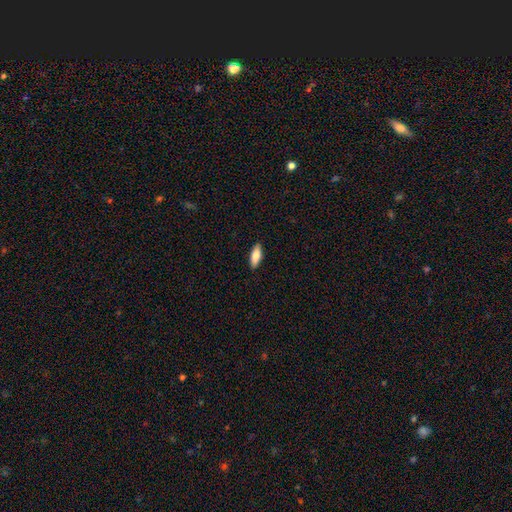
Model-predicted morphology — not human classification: A smooth galaxy with no disk features (75%) that is in between round and cigar-shaped (68%).

Vote fractions:
- Smooth or featured? smooth: 75% / featured or disk: 19% / star or artifact: 6%
- How rounded? in between: 68% / cigar-shaped: 30% / round: 2%
- Merging? none: 90% / minor disturbance: 8% / major disturbance: 2% / merger: 1%